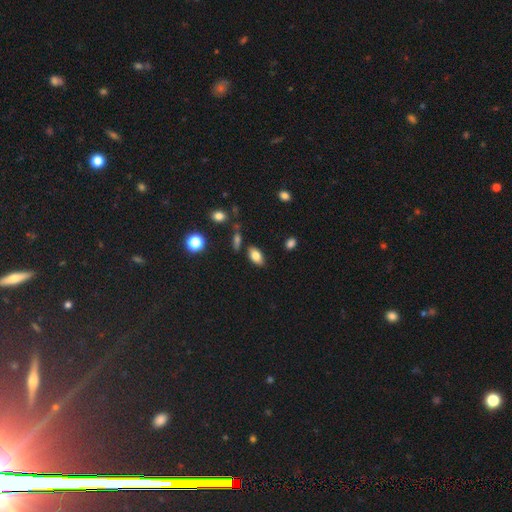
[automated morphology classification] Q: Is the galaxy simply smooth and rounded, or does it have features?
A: smooth — 79%.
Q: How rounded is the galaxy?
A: in between — 90%.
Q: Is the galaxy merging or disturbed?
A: none — 81%.